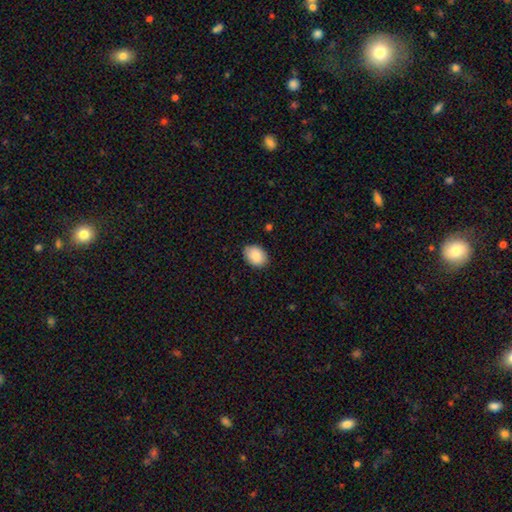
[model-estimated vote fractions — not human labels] Smooth or featured? Predicted: smooth (p=0.87). How rounded? Predicted: in between (p=0.75). Merging? Predicted: none (p=0.87).